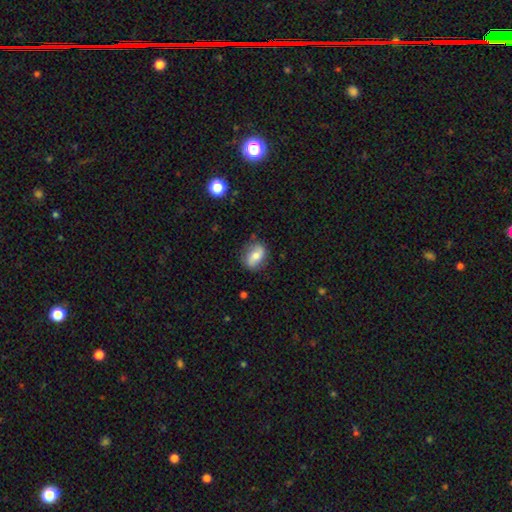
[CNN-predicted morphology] Smooth or featured?
  - smooth: 61% *
  - featured or disk: 31%
  - star or artifact: 8%
How rounded?
  - in between: 76% *
  - round: 21%
  - cigar-shaped: 4%
Merging?
  - none: 75% *
  - minor disturbance: 18%
  - major disturbance: 5%
  - merger: 2%